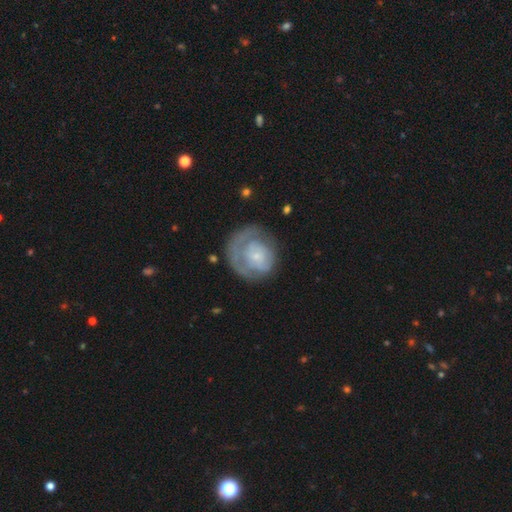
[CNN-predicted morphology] smooth_or_featured: featured or disk (p=0.60) [alt: smooth p=0.34]
disk_edge_on: no (p=0.97) [alt: yes p=0.03]
bar: no (p=0.81) [alt: weak p=0.16]
has_spiral_arms: yes (p=0.63) [alt: no p=0.37]
bulge_size: small (p=0.71) [alt: moderate p=0.16]
merging: none (p=0.56) [alt: major disturbance p=0.21]